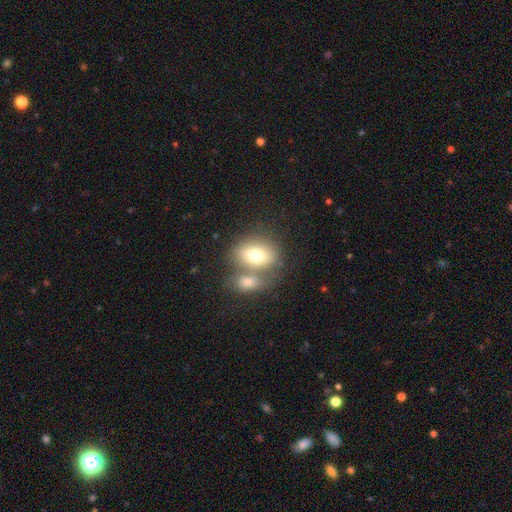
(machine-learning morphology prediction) Smooth or featured? smooth (71%)
How rounded? in between (65%)
Merging? merger (45%)